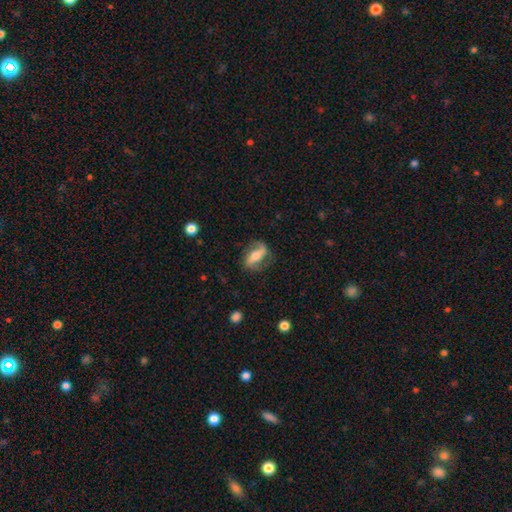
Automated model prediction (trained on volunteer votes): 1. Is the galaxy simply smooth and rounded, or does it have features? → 67% featured or disk, 26% smooth, 6% star or artifact.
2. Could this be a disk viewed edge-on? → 84% no, 16% yes.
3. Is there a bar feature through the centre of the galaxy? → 55% strong, 24% weak, 21% no.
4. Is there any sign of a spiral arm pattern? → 81% yes, 19% no.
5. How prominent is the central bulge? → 59% moderate, 26% small, 10% large, 3% none, 2% dominant.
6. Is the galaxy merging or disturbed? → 73% none, 17% minor disturbance, 9% major disturbance, 2% merger.